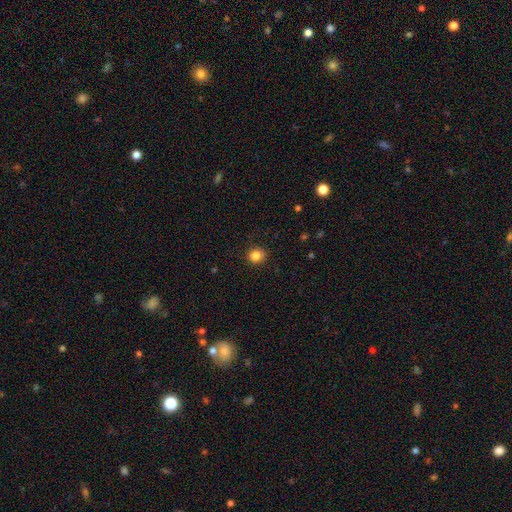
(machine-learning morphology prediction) type=smooth (84%); roundness=round (82%); merging=none (88%).